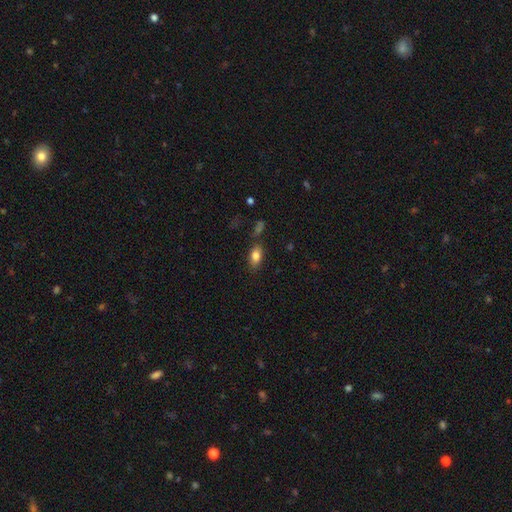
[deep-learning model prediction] smooth_or_featured: smooth (p=0.82) [alt: featured or disk p=0.10]
how_rounded: in between (p=0.87) [alt: round p=0.06]
merging: none (p=0.75) [alt: minor disturbance p=0.14]